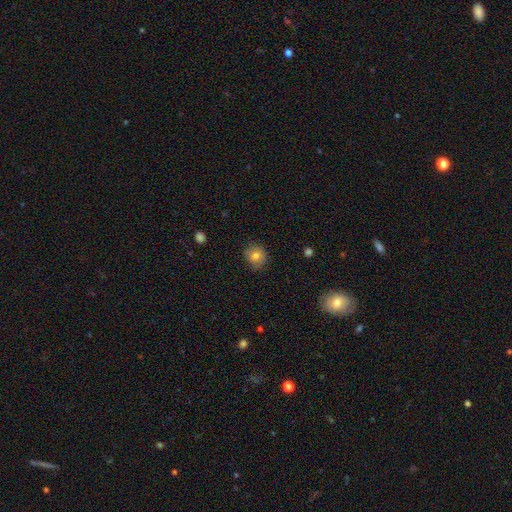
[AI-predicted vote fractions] Overall: smooth (79%). How rounded: round (84%). Merging: none (80%).